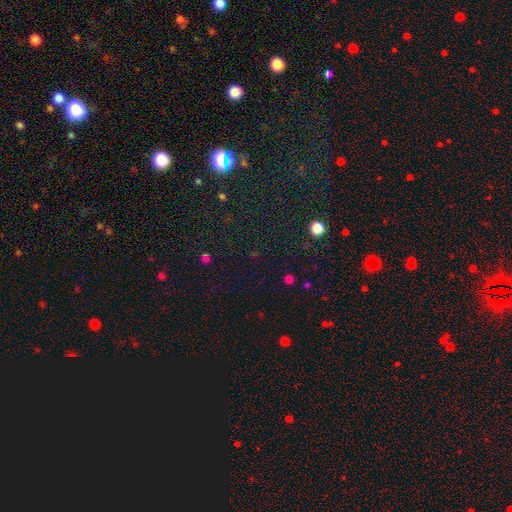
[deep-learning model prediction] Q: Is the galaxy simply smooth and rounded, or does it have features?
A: star or artifact — 73%.